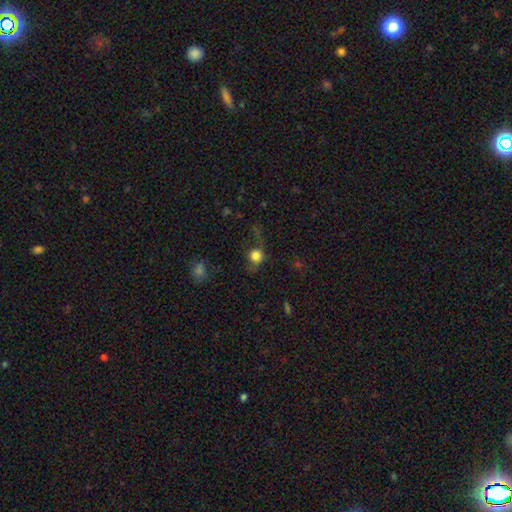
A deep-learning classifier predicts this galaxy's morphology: smooth 74%, star or artifact 14%, featured or disk 12%. Down the decision tree: how rounded — round (86%); merging — none (53%).